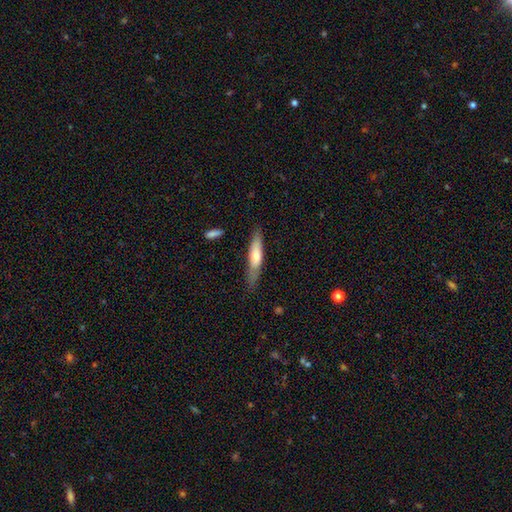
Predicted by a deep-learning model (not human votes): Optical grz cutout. It shows a smooth galaxy with no disk features (55%) that is cigar-shaped (82%). Merging: none (79%).